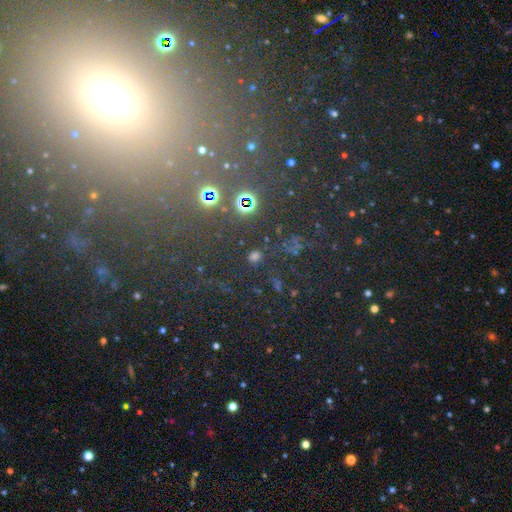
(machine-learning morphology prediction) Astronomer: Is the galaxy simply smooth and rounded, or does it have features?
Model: star or artifact — 67%.